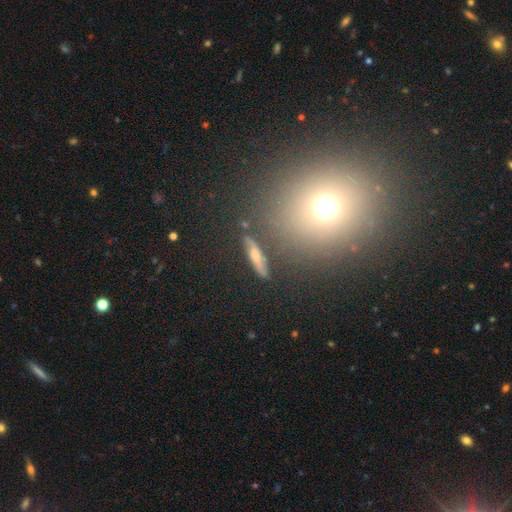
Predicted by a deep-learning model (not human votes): A smooth galaxy with no disk features (49%).

Vote fractions:
- Smooth or featured? smooth: 49% / featured or disk: 40% / star or artifact: 11%
- Merging? none: 75% / minor disturbance: 15% / major disturbance: 5% / merger: 5%